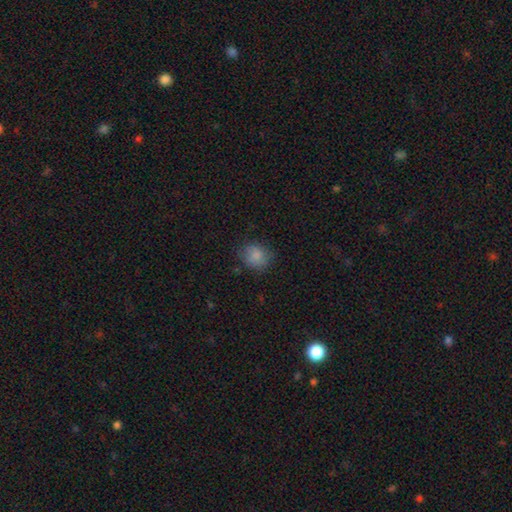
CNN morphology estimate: Smooth or featured? Predicted: smooth (p=0.82). How rounded? Predicted: round (p=0.74). Merging? Predicted: none (p=0.75).